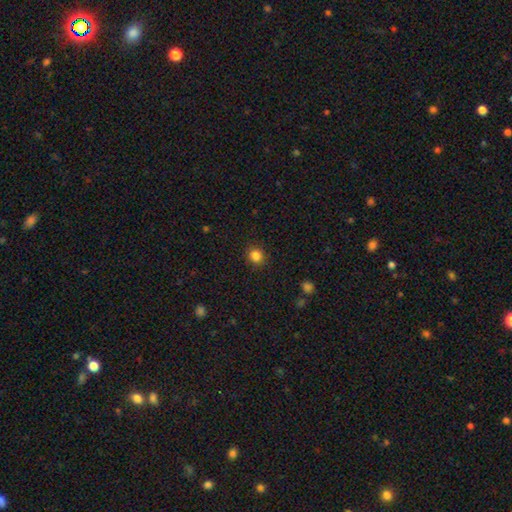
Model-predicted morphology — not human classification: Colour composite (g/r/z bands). It shows a smooth galaxy with no disk features (84%) that is round (81%). Merging: none (89%).